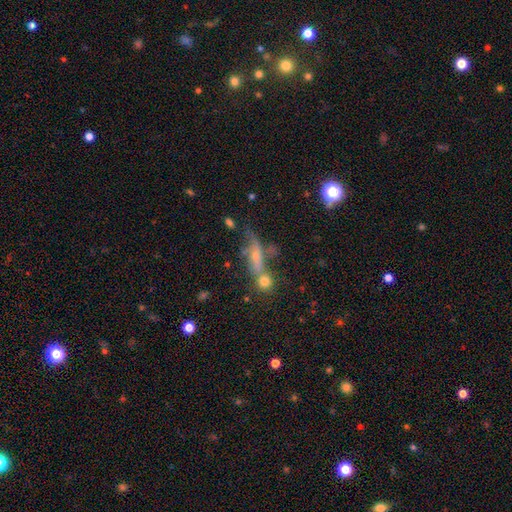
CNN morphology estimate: The model was most divided on "smooth or featured": smooth: 48%, featured or disk: 39%, star or artifact: 13%. Remaining: merging — none (40%).